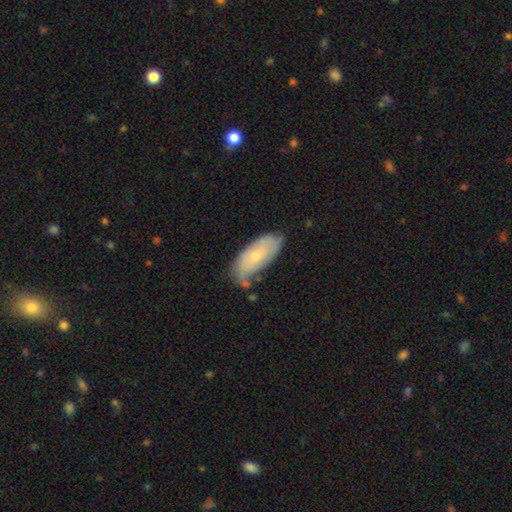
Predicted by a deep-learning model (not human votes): smooth 55%, featured or disk 38%, star or artifact 7%. Down the decision tree: how rounded — in between (87%); merging — none (52%).